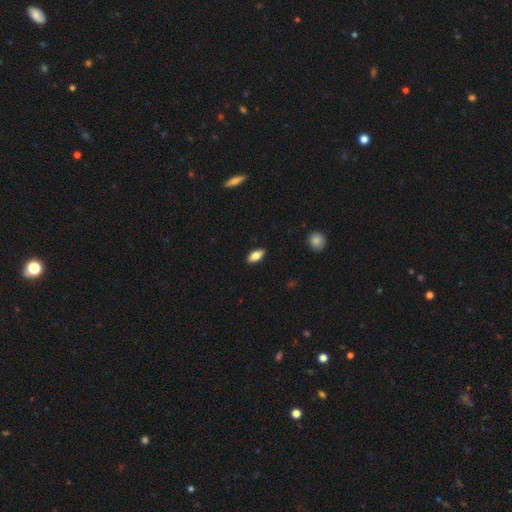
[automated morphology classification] A smooth galaxy with no disk features (76%) that is in between round and cigar-shaped (84%). Merging: none (88%).